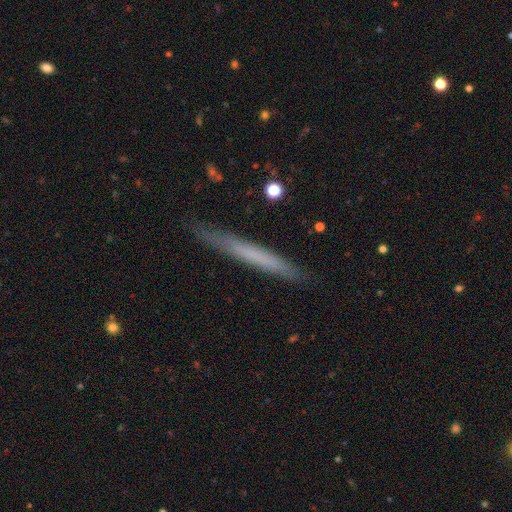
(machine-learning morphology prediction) A smooth galaxy with no disk features (54%) that is cigar-shaped (97%).

Vote fractions:
- Smooth or featured? smooth: 54% / featured or disk: 39% / star or artifact: 7%
- How rounded? cigar-shaped: 97% / in between: 2% / round: 1%
- Merging? none: 87% / minor disturbance: 10% / major disturbance: 2% / merger: 1%